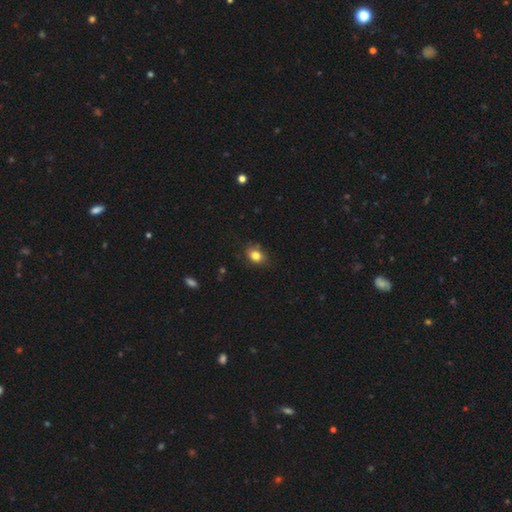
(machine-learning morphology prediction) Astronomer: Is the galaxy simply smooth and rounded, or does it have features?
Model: smooth — 82%.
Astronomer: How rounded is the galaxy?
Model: in between — 64%.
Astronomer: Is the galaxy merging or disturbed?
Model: none — 73%.